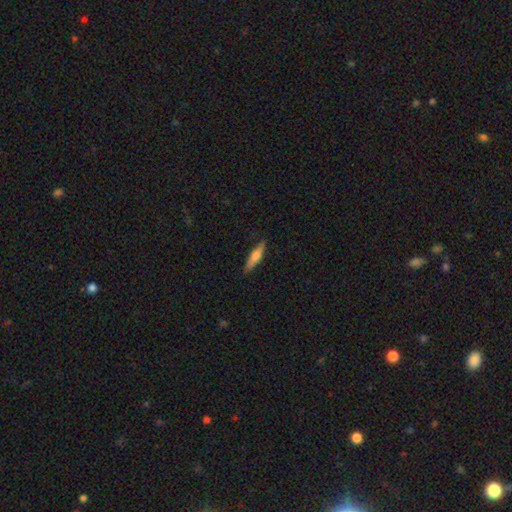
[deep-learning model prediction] Q: Smooth or featured?
A: smooth (65%); runner-up: featured or disk (29%)
Q: How rounded?
A: cigar-shaped (73%); runner-up: in between (26%)
Q: Merging?
A: none (85%); runner-up: minor disturbance (12%)